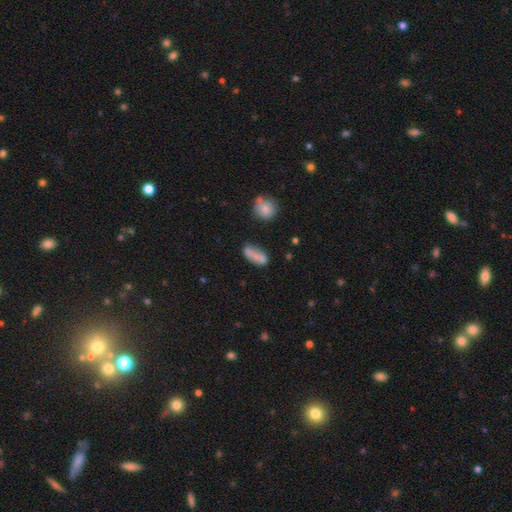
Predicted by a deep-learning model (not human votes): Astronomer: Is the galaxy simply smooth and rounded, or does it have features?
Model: smooth — 68%.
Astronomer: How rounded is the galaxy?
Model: in between — 74%.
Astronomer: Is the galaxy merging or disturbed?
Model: none — 44% (runner-up: merger, 23%).